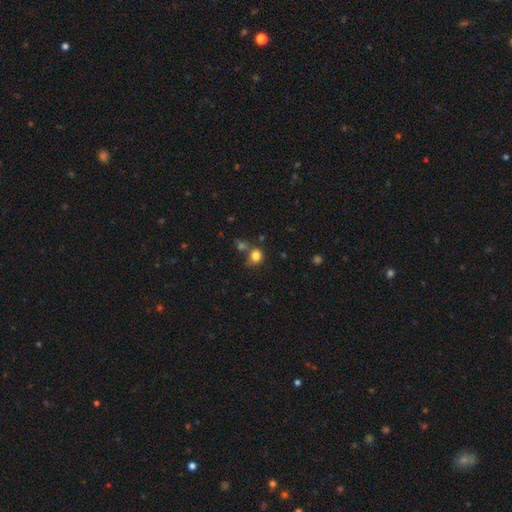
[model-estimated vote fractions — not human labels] This appears to be a smooth galaxy with no disk features (81%) that is round (79%). Merging: none (58%).